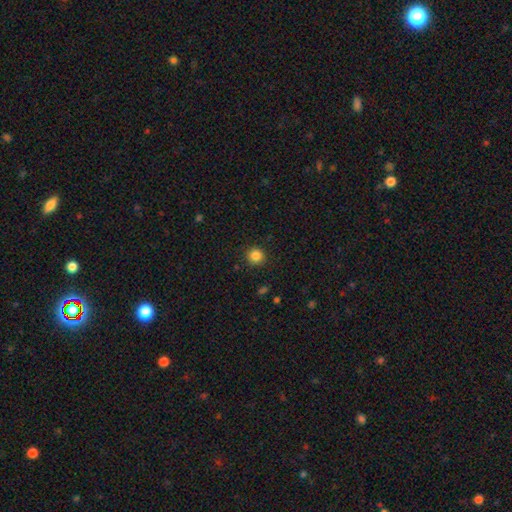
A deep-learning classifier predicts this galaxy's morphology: Q: Smooth or featured?
A: smooth (85%); runner-up: star or artifact (11%)
Q: How rounded?
A: round (92%); runner-up: in between (7%)
Q: Merging?
A: none (90%); runner-up: minor disturbance (7%)